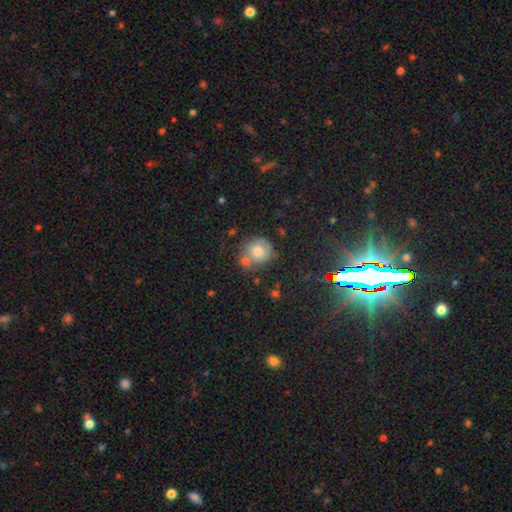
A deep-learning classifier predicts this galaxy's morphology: Smooth or featured? smooth (54%)
How rounded? round (86%)
Merging? none (65%)